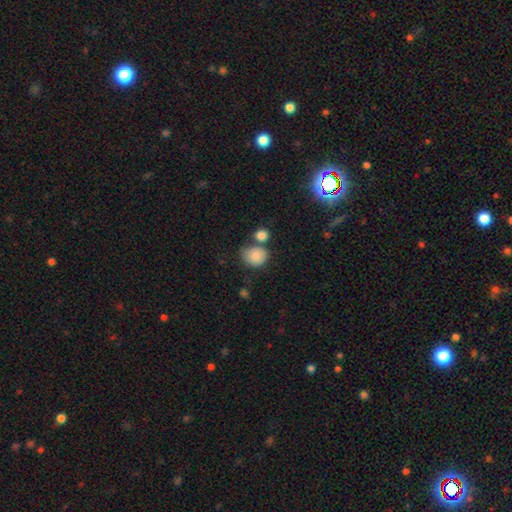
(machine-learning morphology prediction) Smooth or featured?
  - smooth: 83% *
  - star or artifact: 9%
  - featured or disk: 8%
How rounded?
  - round: 69% *
  - in between: 30%
  - cigar-shaped: 1%
Merging?
  - none: 53% *
  - merger: 25%
  - minor disturbance: 17%
  - major disturbance: 5%